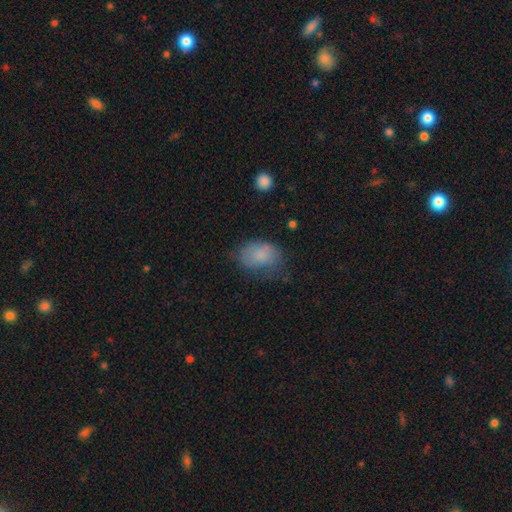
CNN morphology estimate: This is likely a smooth galaxy (79%). How rounded: clearly in between (81%). Merging: possibly none (53%).